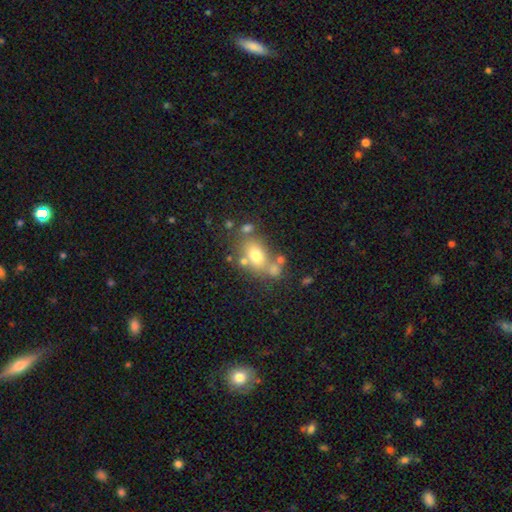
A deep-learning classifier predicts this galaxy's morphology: Q: Smooth or featured?
A: smooth (68%); runner-up: featured or disk (19%)
Q: How rounded?
A: in between (72%); runner-up: round (26%)
Q: Merging?
A: none (55%); runner-up: merger (21%)